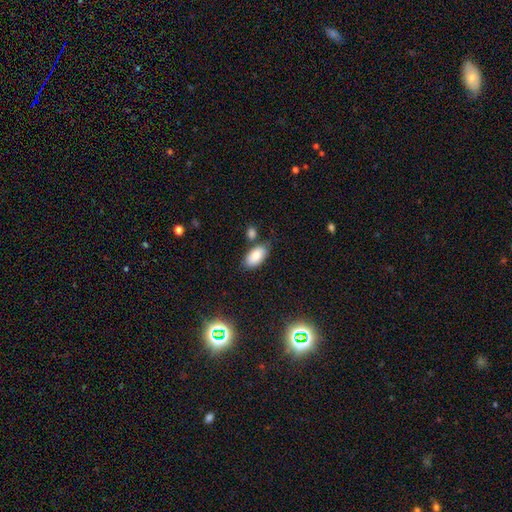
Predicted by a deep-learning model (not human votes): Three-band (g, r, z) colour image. It shows a smooth galaxy with no disk features (82%) that is in between round and cigar-shaped (94%). Merging: none (72%).